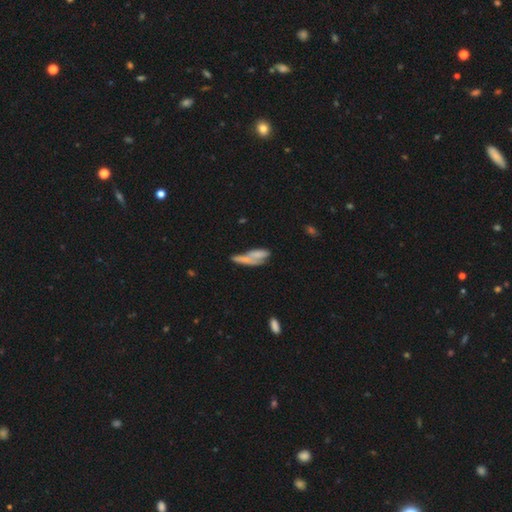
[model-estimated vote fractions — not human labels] Morphology: type=smooth (62%); roundness=in between (57%); merging=merger (46%).